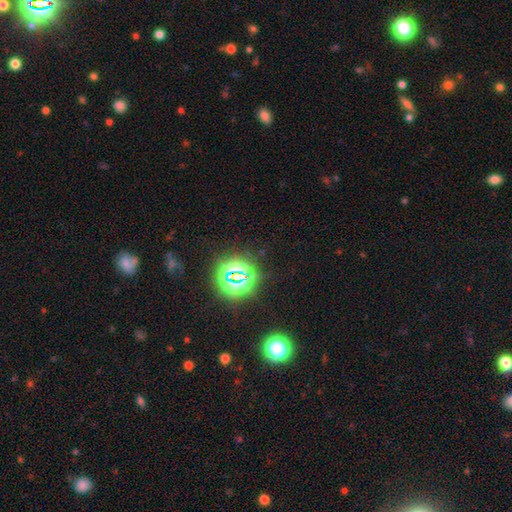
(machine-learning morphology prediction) type=star or artifact (76%).